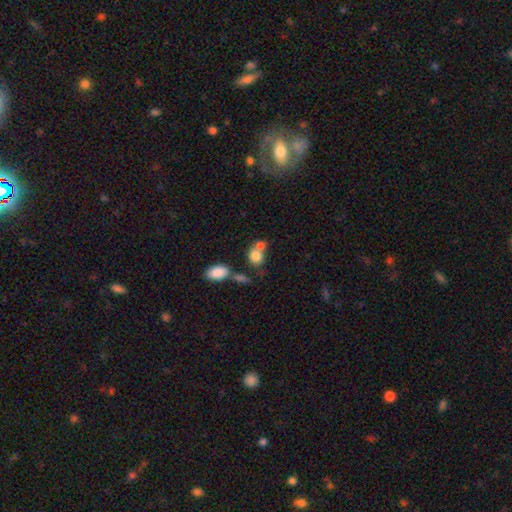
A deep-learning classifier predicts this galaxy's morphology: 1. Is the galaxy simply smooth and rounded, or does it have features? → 80% smooth, 11% featured or disk, 10% star or artifact.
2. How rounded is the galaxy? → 61% round, 38% in between, 1% cigar-shaped.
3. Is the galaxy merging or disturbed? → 47% merger, 38% none, 10% minor disturbance, 5% major disturbance.